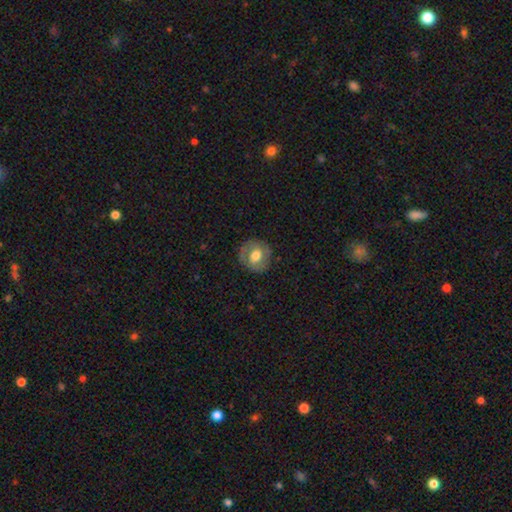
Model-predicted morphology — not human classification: Smooth or featured? smooth (56%)
How rounded? round (85%)
Merging? none (82%)